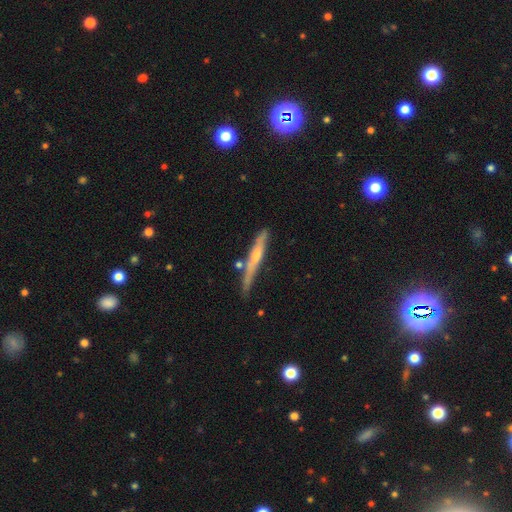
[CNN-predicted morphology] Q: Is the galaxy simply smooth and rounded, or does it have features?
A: featured or disk — 60%.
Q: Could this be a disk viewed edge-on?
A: yes — 95%.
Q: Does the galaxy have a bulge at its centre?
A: rounded — 62%.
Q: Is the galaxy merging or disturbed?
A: none — 73%.